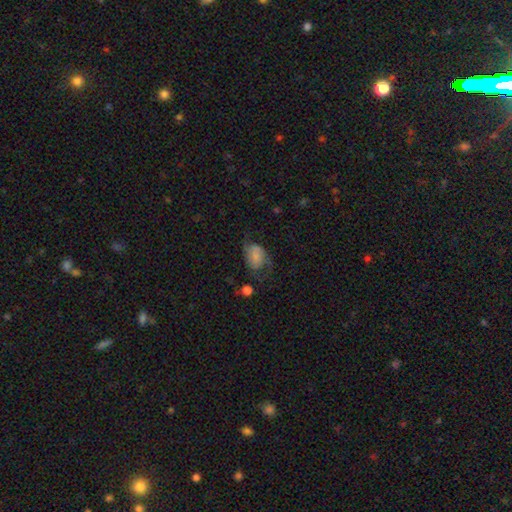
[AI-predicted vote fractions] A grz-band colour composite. It shows a featured or disk galaxy (46%). Merging: none (44%).